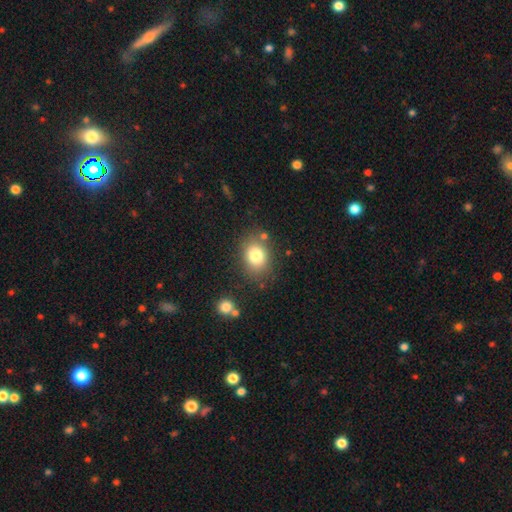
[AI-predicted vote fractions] Smooth or featured? smooth (79%)
How rounded? in between (53%)
Merging? none (78%)